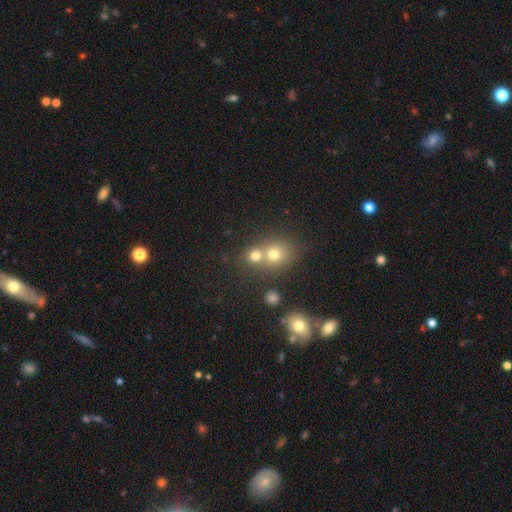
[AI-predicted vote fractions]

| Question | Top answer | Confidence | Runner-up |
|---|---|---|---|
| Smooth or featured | smooth | 73% | star or artifact (17%) |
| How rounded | round | 81% | in between (18%) |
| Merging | merger | 47% | none (44%) |